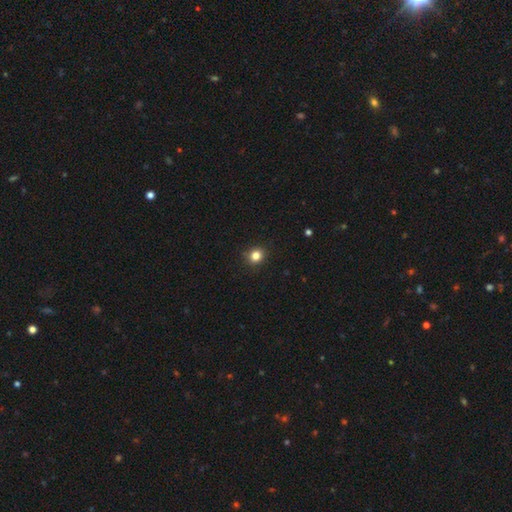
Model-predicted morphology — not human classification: smooth-or-featured: smooth: 82% | star or artifact: 13% | featured or disk: 5%
  how-rounded: round: 83% | in between: 16% | cigar-shaped: 1%
  merging: none: 90% | minor disturbance: 7% | major disturbance: 2% | merger: 1%